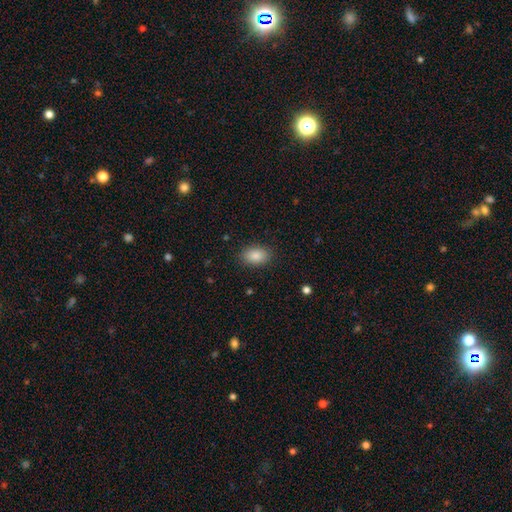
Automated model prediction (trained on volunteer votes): Smooth or featured? Predicted: smooth (p=0.88). How rounded? Predicted: in between (p=0.87). Merging? Predicted: none (p=0.87).